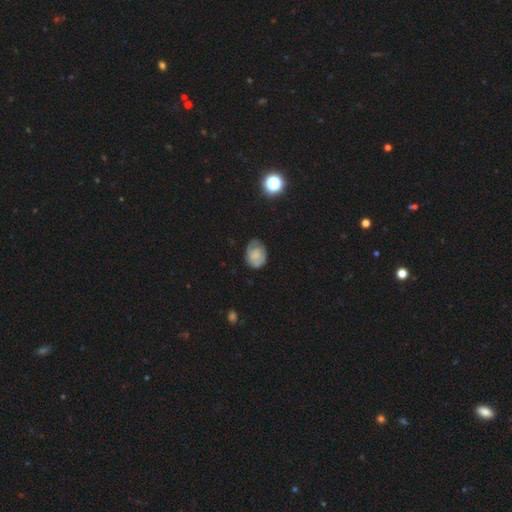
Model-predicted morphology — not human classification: Smooth or featured? smooth (56%)
How rounded? in between (63%)
Merging? none (65%)